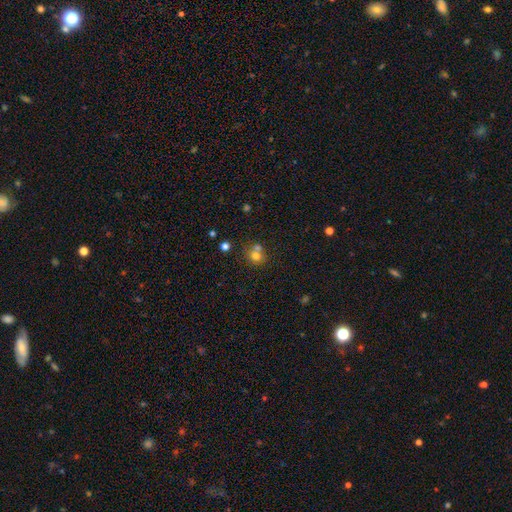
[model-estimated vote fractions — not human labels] Smooth or featured? Predicted: smooth (p=0.72). How rounded? Predicted: round (p=0.82). Merging? Predicted: none (p=0.48).